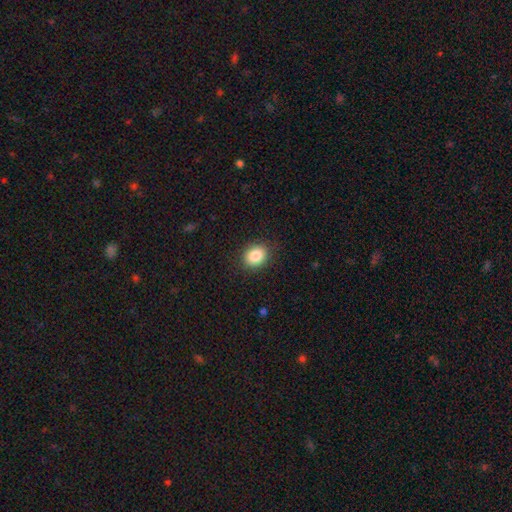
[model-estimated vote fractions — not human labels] Smooth or featured?
  - smooth: 86% *
  - star or artifact: 9%
  - featured or disk: 5%
How rounded?
  - round: 53% *
  - in between: 46%
  - cigar-shaped: 1%
Merging?
  - none: 88% *
  - minor disturbance: 8%
  - major disturbance: 3%
  - merger: 1%